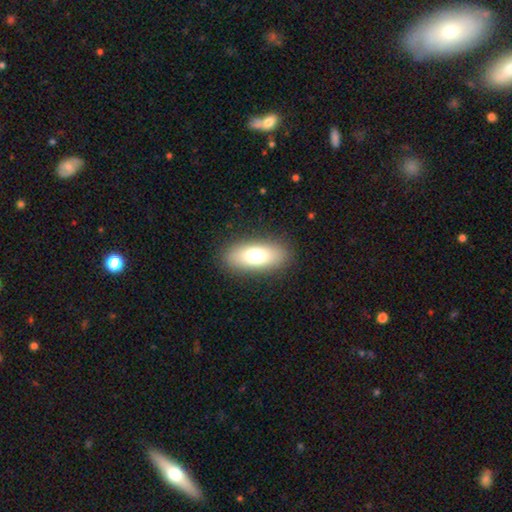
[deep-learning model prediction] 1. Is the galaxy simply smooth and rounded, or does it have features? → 75% smooth, 17% featured or disk, 8% star or artifact.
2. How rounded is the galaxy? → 81% in between, 16% cigar-shaped, 4% round.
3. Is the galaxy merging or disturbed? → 88% none, 9% minor disturbance, 3% major disturbance, 1% merger.